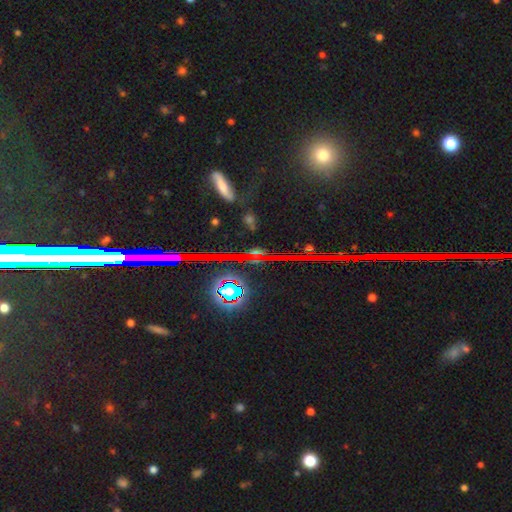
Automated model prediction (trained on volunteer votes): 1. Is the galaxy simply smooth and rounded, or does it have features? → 76% star or artifact, 12% featured or disk, 12% smooth.